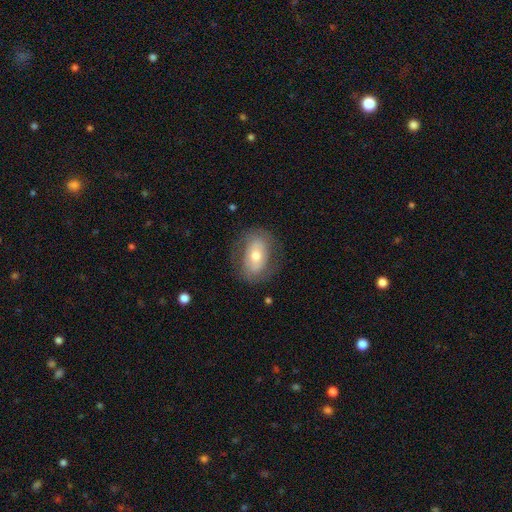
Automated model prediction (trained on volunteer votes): Smooth or featured? Predicted: smooth (p=0.50). Merging? Predicted: none (p=0.74).